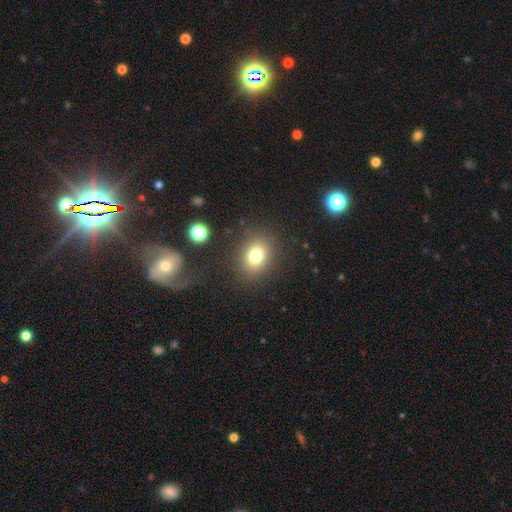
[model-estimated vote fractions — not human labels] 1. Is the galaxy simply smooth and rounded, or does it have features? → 77% smooth, 14% star or artifact, 9% featured or disk.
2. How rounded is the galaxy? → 56% round, 43% in between, 1% cigar-shaped.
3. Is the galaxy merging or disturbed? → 84% none, 9% minor disturbance, 5% major disturbance, 2% merger.